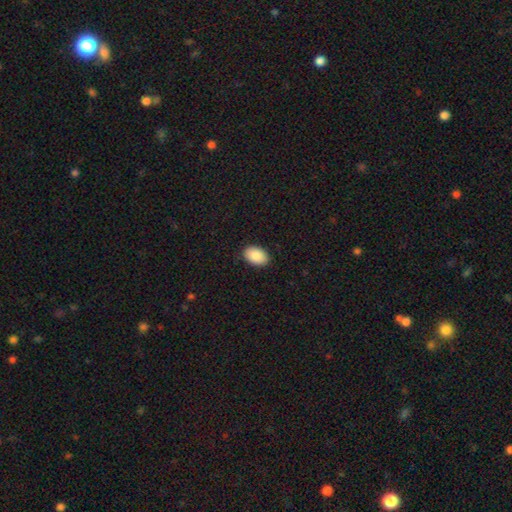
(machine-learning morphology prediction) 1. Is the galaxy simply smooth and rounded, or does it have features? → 90% smooth, 7% star or artifact, 3% featured or disk.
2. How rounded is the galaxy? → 89% in between, 9% round, 1% cigar-shaped.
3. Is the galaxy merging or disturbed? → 90% none, 8% minor disturbance, 2% major disturbance, 1% merger.